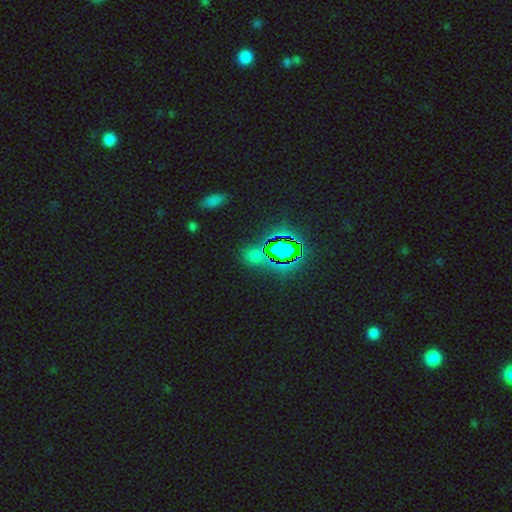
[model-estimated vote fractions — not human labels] Smooth or featured: star or artifact — 61% (smooth — 30%)